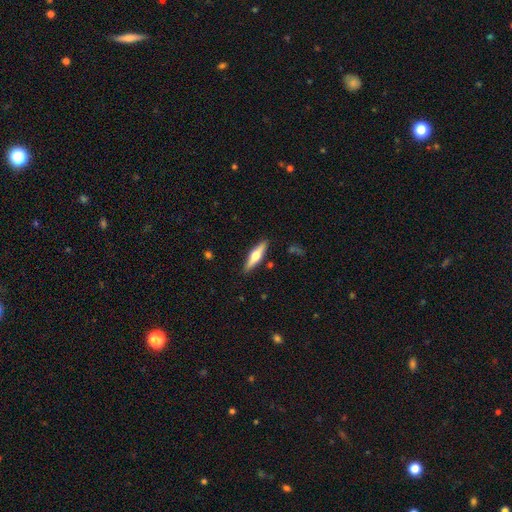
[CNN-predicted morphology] A featured or disk galaxy (54%) viewed edge-on (94%) with a rounded central bulge (93%).

Vote fractions:
- Smooth or featured? featured or disk: 54% / smooth: 40% / star or artifact: 6%
- Edge-on disk? yes: 94% / no: 6%
- Edge-on bulge? rounded: 93% / boxy: 4% / none: 3%
- Merging? none: 88% / minor disturbance: 8% / major disturbance: 2% / merger: 2%